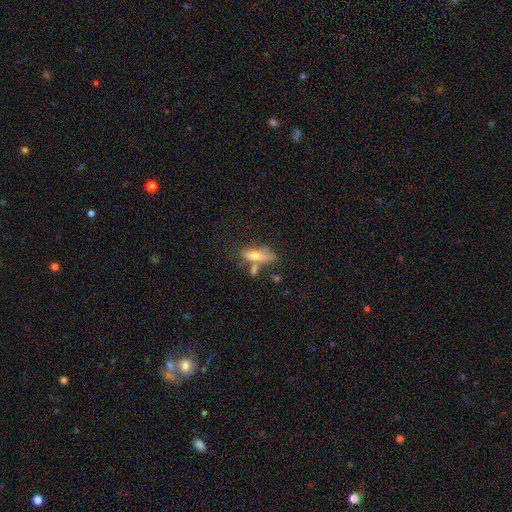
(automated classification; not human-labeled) This is possibly a smooth galaxy (57%). How rounded: possibly cigar-shaped (50%). Merging: possibly none (46%).